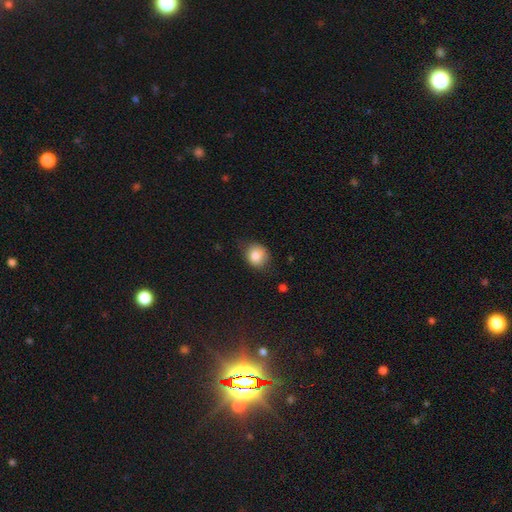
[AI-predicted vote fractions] Smooth or featured? Predicted: smooth (p=0.83). How rounded? Predicted: round (p=0.74). Merging? Predicted: none (p=0.69).